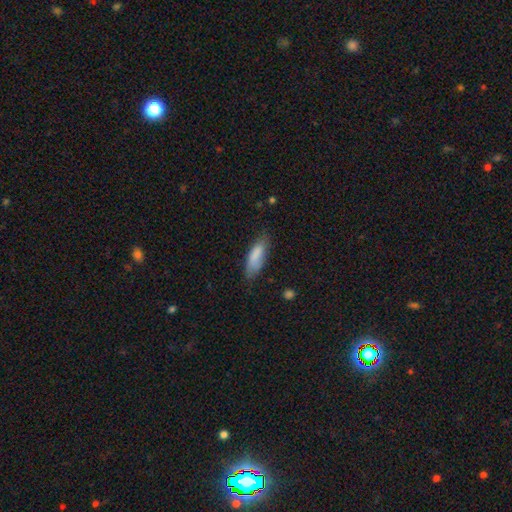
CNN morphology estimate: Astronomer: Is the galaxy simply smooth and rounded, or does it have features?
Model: smooth — 83%.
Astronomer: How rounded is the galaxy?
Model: in between — 58% (runner-up: cigar-shaped, 40%).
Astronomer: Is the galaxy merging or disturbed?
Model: none — 68%.